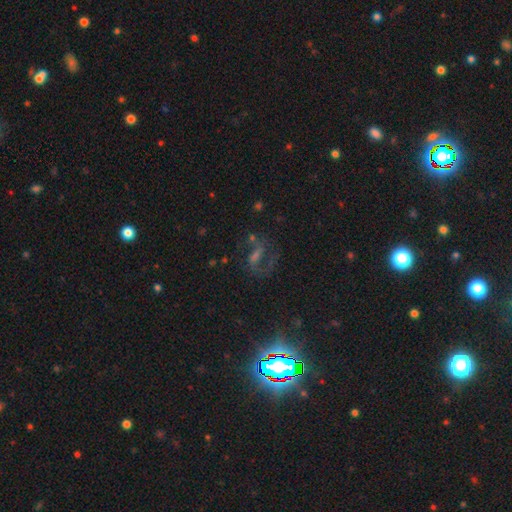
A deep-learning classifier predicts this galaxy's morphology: Smooth or featured? Predicted: featured or disk (p=0.48). Merging? Predicted: none (p=0.57).